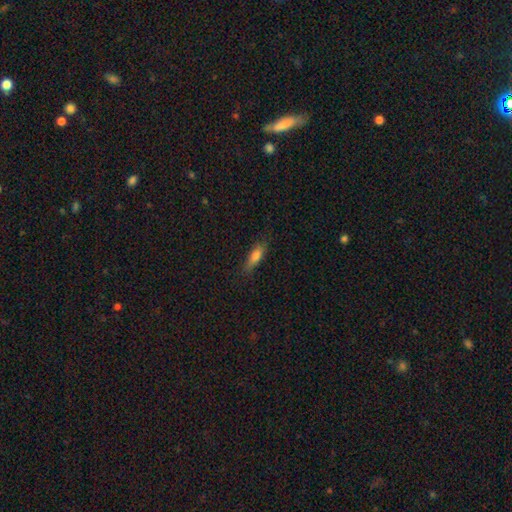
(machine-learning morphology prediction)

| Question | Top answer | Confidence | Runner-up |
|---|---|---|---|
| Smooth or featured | smooth | 74% | featured or disk (18%) |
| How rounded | cigar-shaped | 49% | in between (48%) |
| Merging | none | 78% | minor disturbance (17%) |